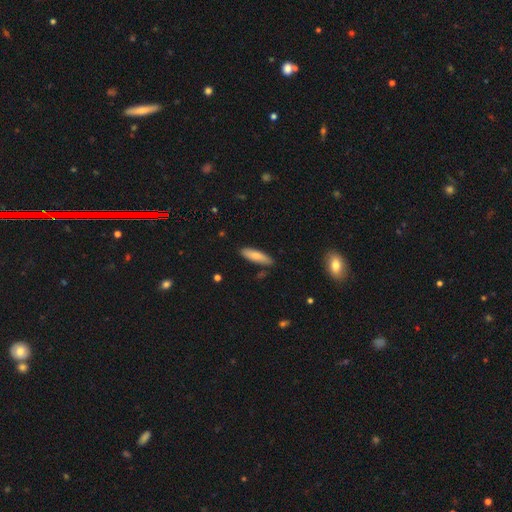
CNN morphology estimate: A smooth galaxy with no disk features (78%) that is cigar-shaped (61%). Merging: none (84%).